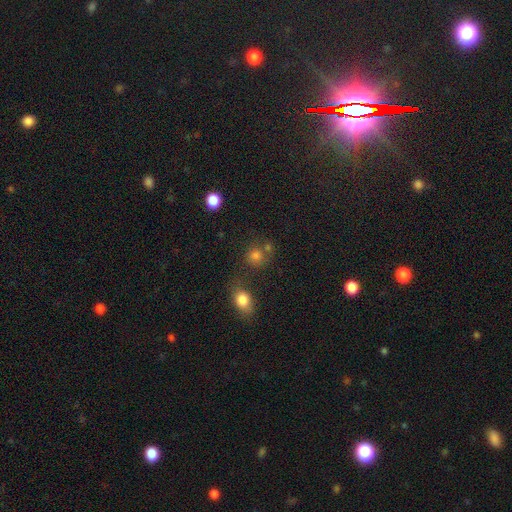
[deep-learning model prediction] Q: Smooth or featured?
A: smooth (76%); runner-up: star or artifact (16%)
Q: How rounded?
A: round (83%); runner-up: in between (16%)
Q: Merging?
A: none (63%); runner-up: merger (21%)